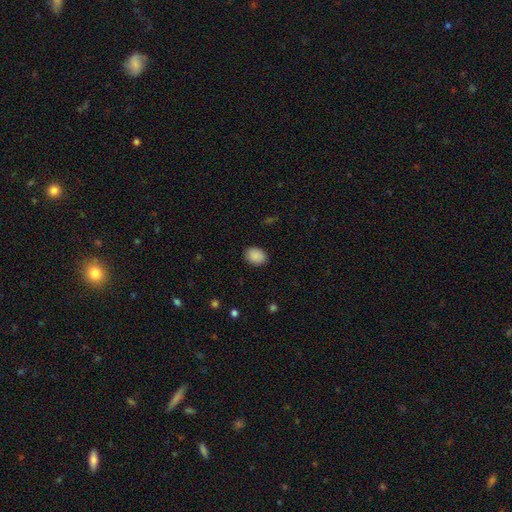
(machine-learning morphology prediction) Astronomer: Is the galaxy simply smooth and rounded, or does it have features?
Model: smooth — 90%.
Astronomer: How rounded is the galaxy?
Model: in between — 62% (runner-up: round, 37%).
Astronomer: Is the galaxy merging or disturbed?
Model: none — 88%.